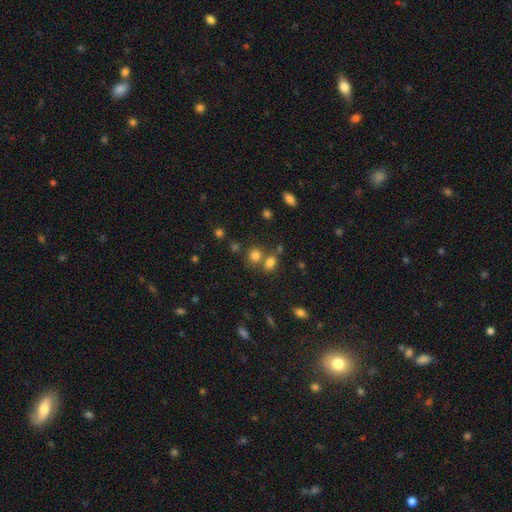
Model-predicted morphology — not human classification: A smooth galaxy with no disk features (76%) that is round (76%). Merging: none (58%).